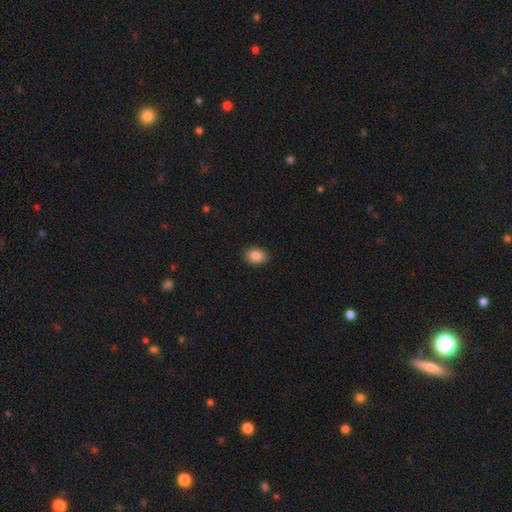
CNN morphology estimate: This is clearly a smooth galaxy (88%). How rounded: likely in between (71%). Merging: clearly none (89%).